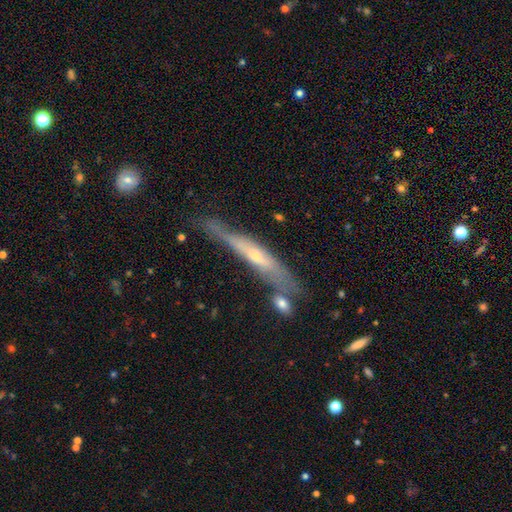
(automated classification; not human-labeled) This appears to be a featured or disk galaxy (66%) viewed edge-on (84%) with a rounded central bulge (56%). Merging: none (58%).